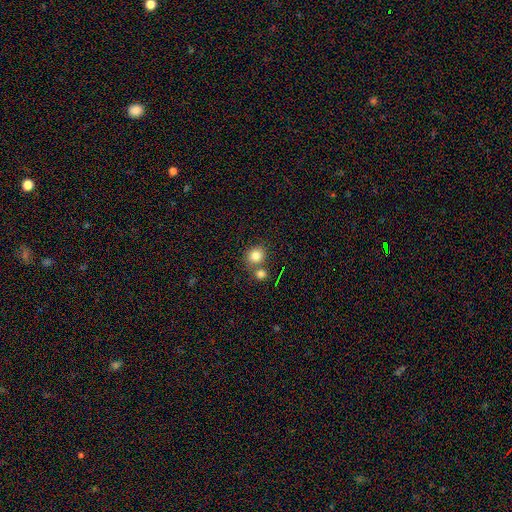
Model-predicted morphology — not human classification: Smooth or featured: smooth — 82% (star or artifact — 11%)
How rounded: round — 81% (in between — 18%)
Merging: none — 61% (merger — 26%)